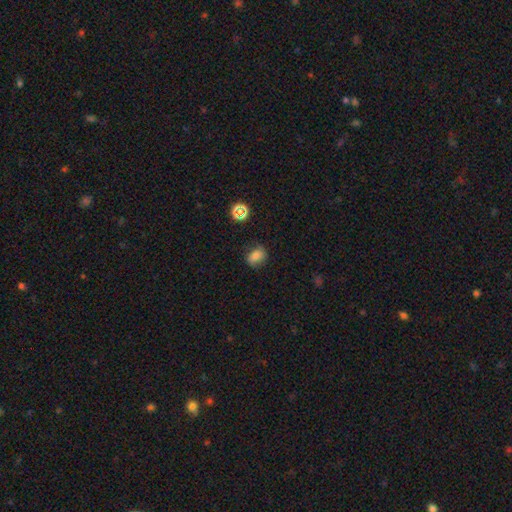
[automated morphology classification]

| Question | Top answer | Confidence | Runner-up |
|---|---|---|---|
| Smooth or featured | smooth | 75% | star or artifact (15%) |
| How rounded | in between | 60% | round (39%) |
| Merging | none | 74% | minor disturbance (19%) |